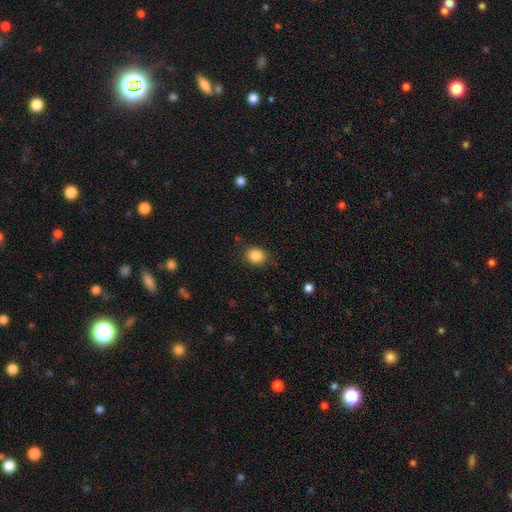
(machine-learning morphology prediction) The model was most divided on "how rounded": round: 70%, in between: 29%, cigar-shaped: 1%. More confident: smooth or featured — smooth (86%); merging — none (82%).